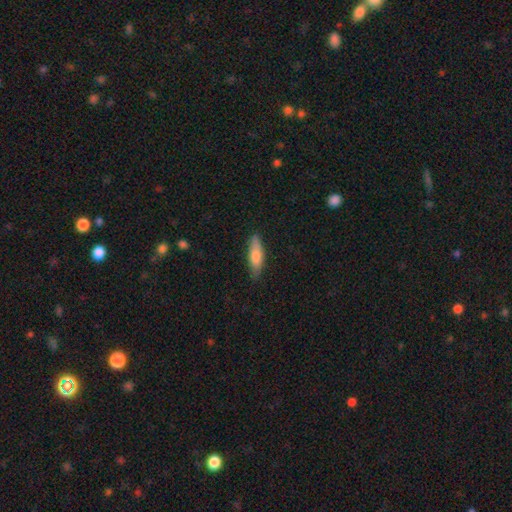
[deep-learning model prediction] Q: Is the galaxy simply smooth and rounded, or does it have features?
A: smooth — 73%.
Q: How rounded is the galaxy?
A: cigar-shaped — 54%.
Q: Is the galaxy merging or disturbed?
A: none — 82%.